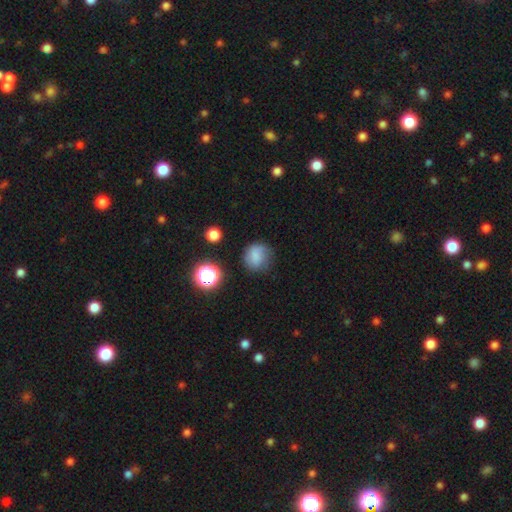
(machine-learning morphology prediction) Smooth or featured? smooth (75%)
How rounded? round (80%)
Merging? none (69%)